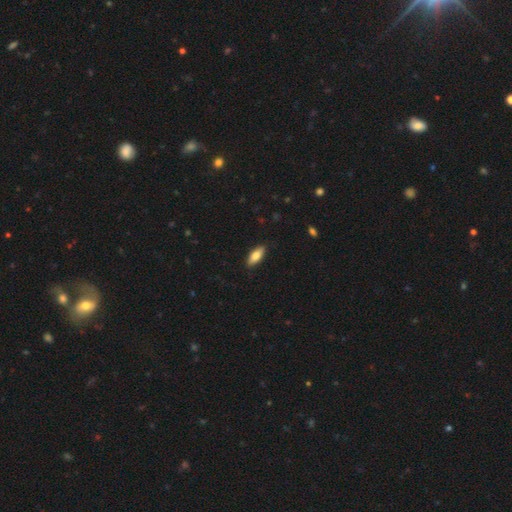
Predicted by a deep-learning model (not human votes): Smooth or featured? smooth (78%)
How rounded? in between (73%)
Merging? none (88%)